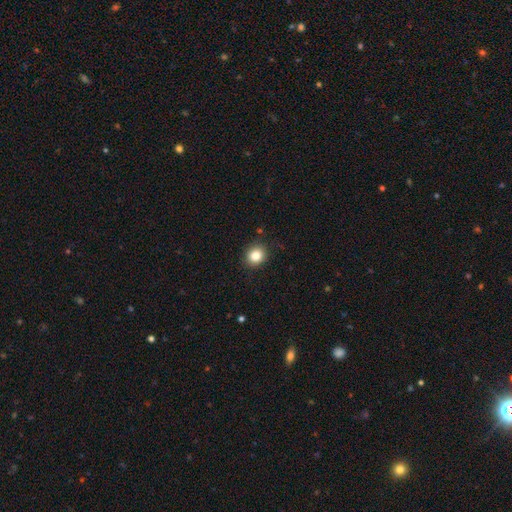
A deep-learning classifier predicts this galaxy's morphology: smooth-or-featured: smooth: 84% | star or artifact: 11% | featured or disk: 6%
  how-rounded: round: 78% | in between: 21% | cigar-shaped: 1%
  merging: none: 88% | minor disturbance: 8% | major disturbance: 2% | merger: 1%